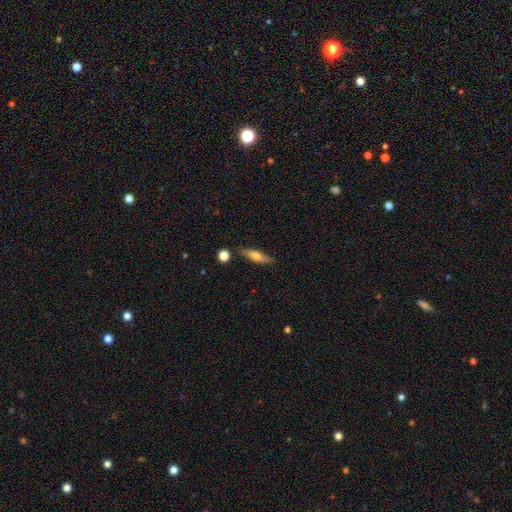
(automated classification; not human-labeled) The model was most divided on "smooth or featured": smooth: 60%, featured or disk: 33%, star or artifact: 7%. More confident: merging — none (81%); how rounded — cigar-shaped (70%).